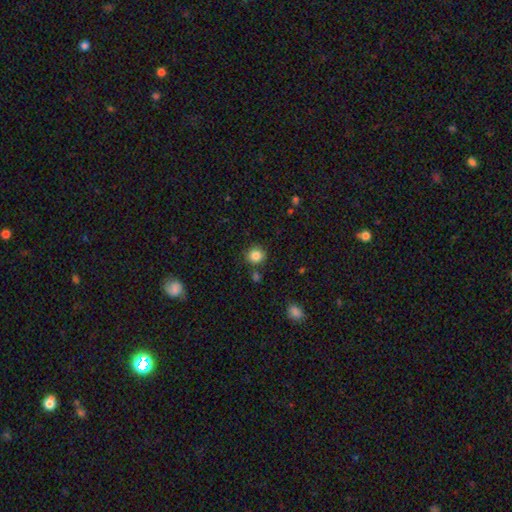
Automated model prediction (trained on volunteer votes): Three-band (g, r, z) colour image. It shows a smooth galaxy with no disk features (85%) that is round (87%). Merging: none (84%).